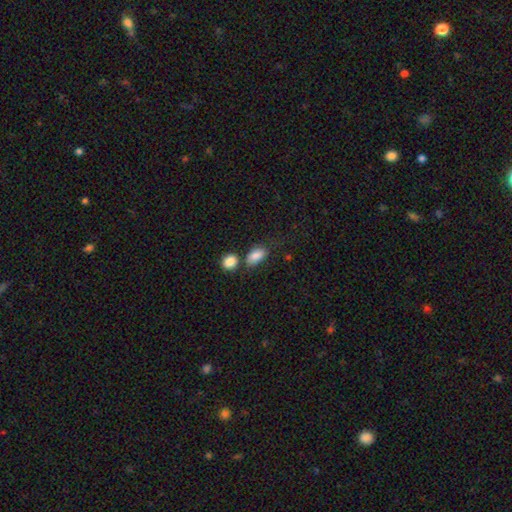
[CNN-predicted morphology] smooth_or_featured: smooth (p=0.86) [alt: star or artifact p=0.08]
how_rounded: in between (p=0.87) [alt: round p=0.10]
merging: none (p=0.52) [alt: merger p=0.23]